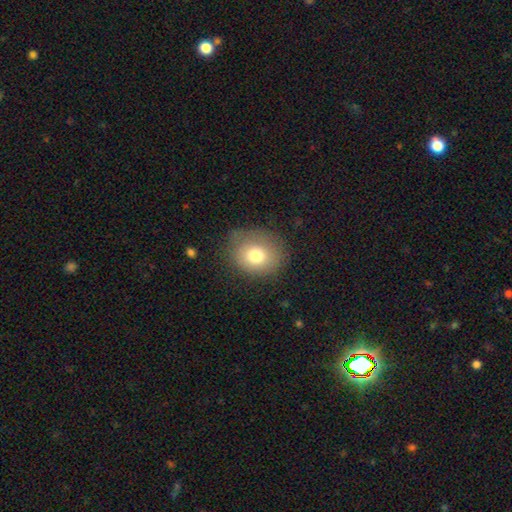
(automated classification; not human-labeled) Smooth or featured: smooth — 77% (featured or disk — 13%)
How rounded: round — 72% (in between — 27%)
Merging: none — 72% (minor disturbance — 19%)